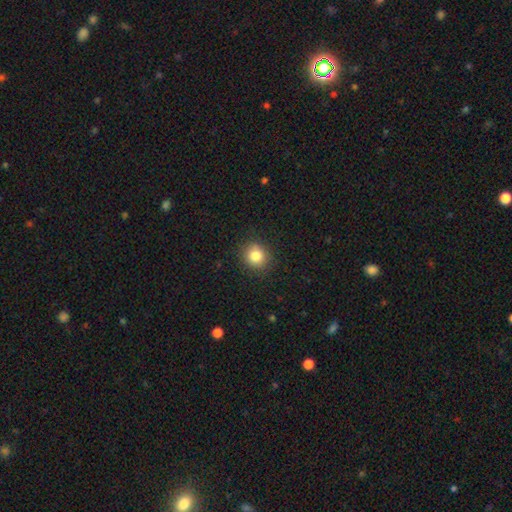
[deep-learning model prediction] smooth 83%, star or artifact 11%, featured or disk 6%. Down the decision tree: how rounded — round (82%); merging — none (88%).